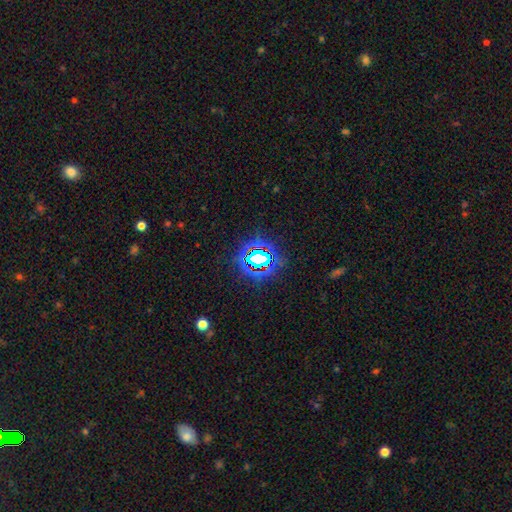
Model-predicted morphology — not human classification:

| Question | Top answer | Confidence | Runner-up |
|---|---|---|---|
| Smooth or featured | star or artifact | 73% | smooth (16%) |